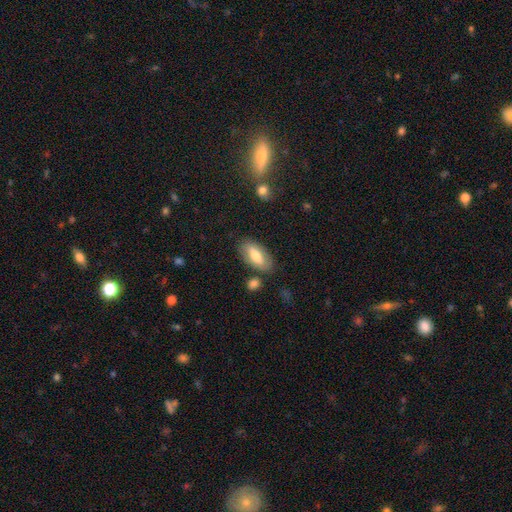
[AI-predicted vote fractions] Q: Smooth or featured?
A: smooth (68%); runner-up: featured or disk (26%)
Q: How rounded?
A: in between (88%); runner-up: cigar-shaped (9%)
Q: Merging?
A: none (79%); runner-up: minor disturbance (13%)